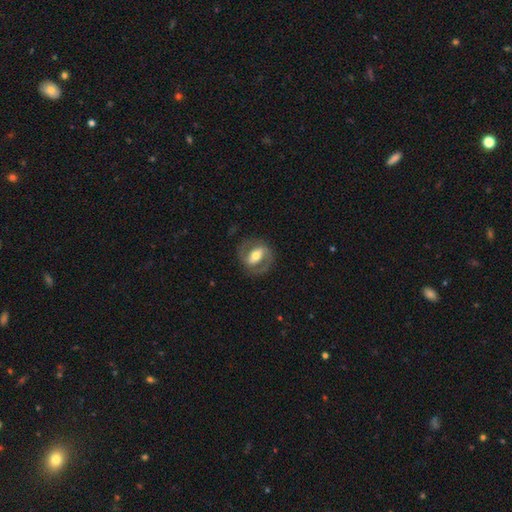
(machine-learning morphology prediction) featured or disk 76%, smooth 19%, star or artifact 5%. Down the decision tree: edge-on disk — no (94%); bar — strong (55%); spiral arms — yes (80%); spiral arm count — 2 (87%); spiral winding — medium (52%); bulge size — moderate (65%); merging — none (79%).